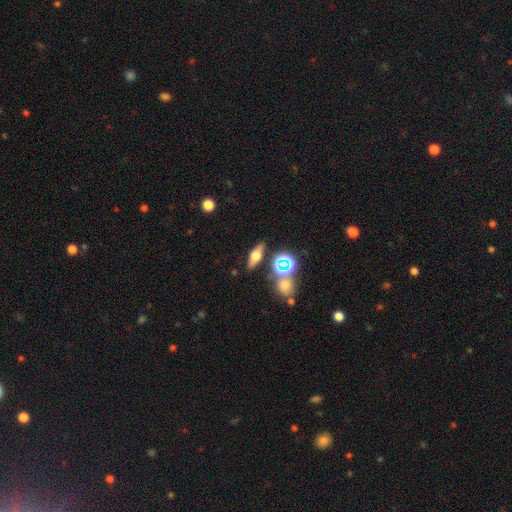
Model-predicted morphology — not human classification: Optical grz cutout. It shows a featured or disk galaxy (46%). Merging: none (80%).